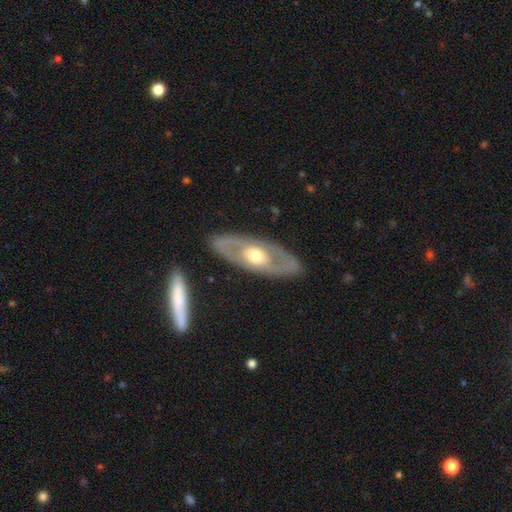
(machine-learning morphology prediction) smooth-or-featured: featured or disk: 71% | smooth: 25% | star or artifact: 4%
  disk-edge-on: no: 82% | yes: 18%
    bar: no: 78% | weak: 16% | strong: 6%
    has-spiral-arms: no: 62% | yes: 38%
    bulge-size: moderate: 70% | large: 17% | small: 11% | dominant: 1% | none: 1%
  merging: none: 85% | minor disturbance: 10% | major disturbance: 3% | merger: 2%